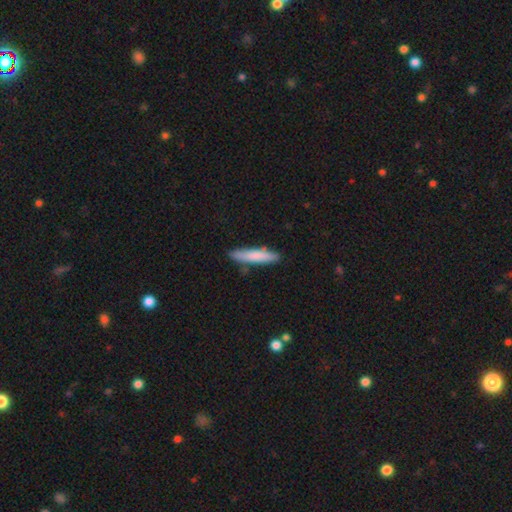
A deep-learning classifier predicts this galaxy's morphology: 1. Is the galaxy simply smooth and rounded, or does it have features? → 79% smooth, 16% featured or disk, 5% star or artifact.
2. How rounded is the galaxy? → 88% cigar-shaped, 11% in between, 1% round.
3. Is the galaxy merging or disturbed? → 85% none, 11% minor disturbance, 3% merger, 2% major disturbance.